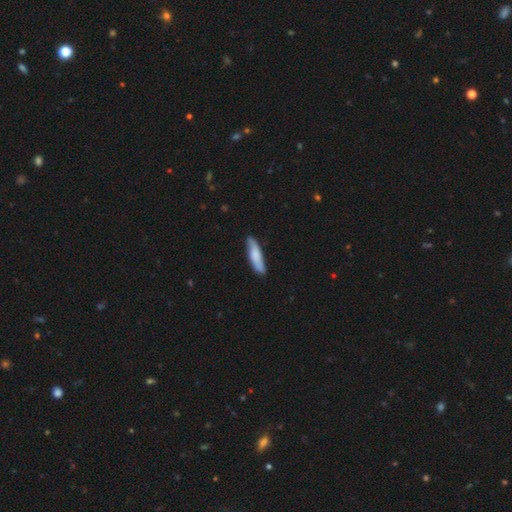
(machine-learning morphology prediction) Q: Smooth or featured?
A: smooth (69%); runner-up: featured or disk (26%)
Q: How rounded?
A: cigar-shaped (74%); runner-up: in between (25%)
Q: Merging?
A: none (83%); runner-up: minor disturbance (13%)